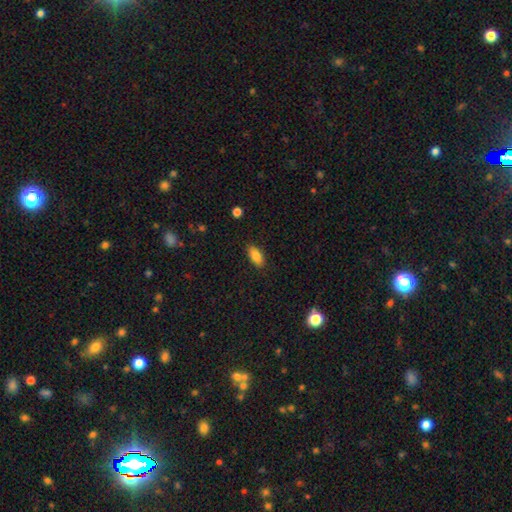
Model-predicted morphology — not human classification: Overall: smooth (85%). How rounded: in between (89%). Merging: none (87%).